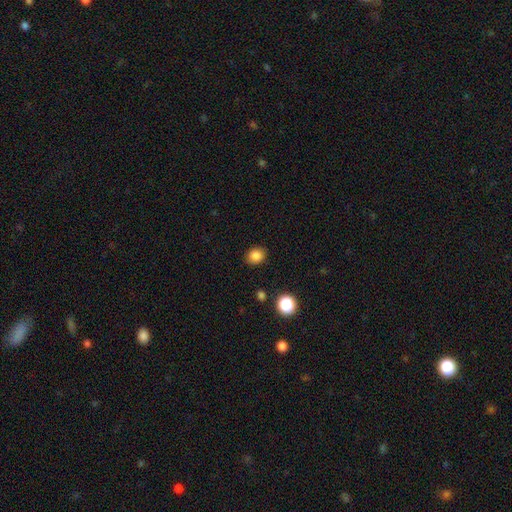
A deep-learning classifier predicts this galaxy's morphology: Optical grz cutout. It shows a smooth galaxy with no disk features (85%) that is round (63%). Merging: none (88%).